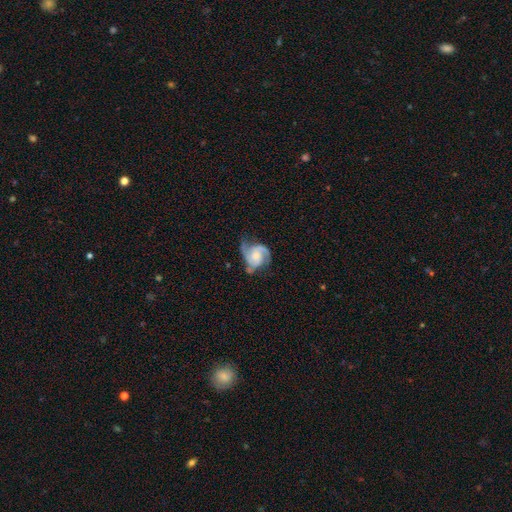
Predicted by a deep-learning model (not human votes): Smooth or featured: featured or disk — 85% (smooth — 10%)
Edge-on disk: no — 98% (yes — 2%)
Bar: no — 65% (weak — 28%)
Spiral arms: yes — 97% (no — 3%)
Spiral winding: medium — 51% (tight — 33%)
Spiral arm count: 2 — 45% (3 — 40%)
Bulge size: small — 42% (moderate — 38%)
Merging: none — 53% (minor disturbance — 27%)